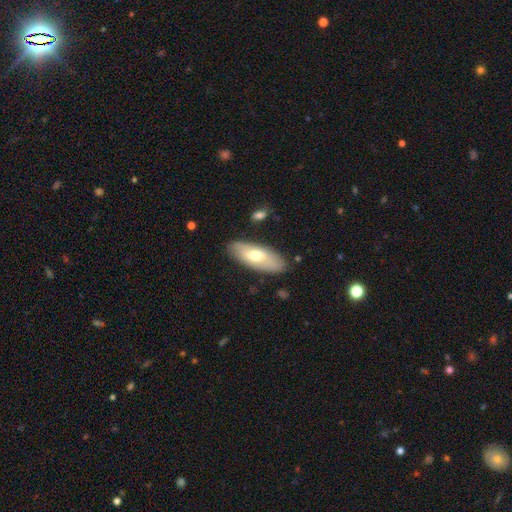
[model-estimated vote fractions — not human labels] smooth-or-featured: smooth: 61% | featured or disk: 33% | star or artifact: 6%
  how-rounded: in between: 79% | cigar-shaped: 19% | round: 2%
  merging: none: 84% | minor disturbance: 12% | major disturbance: 3% | merger: 2%